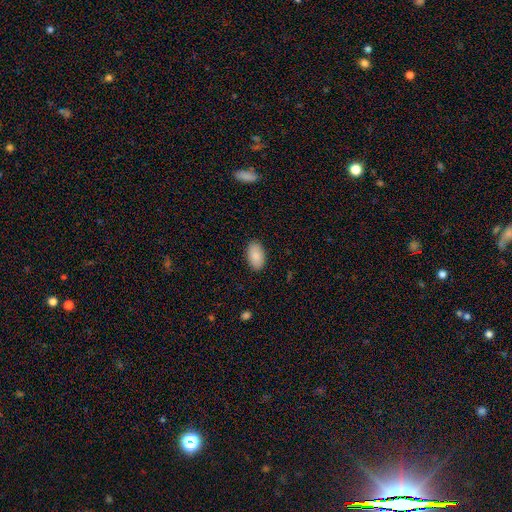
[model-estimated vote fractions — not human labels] Overall: smooth (88%). How rounded: in between (95%). Merging: none (89%).